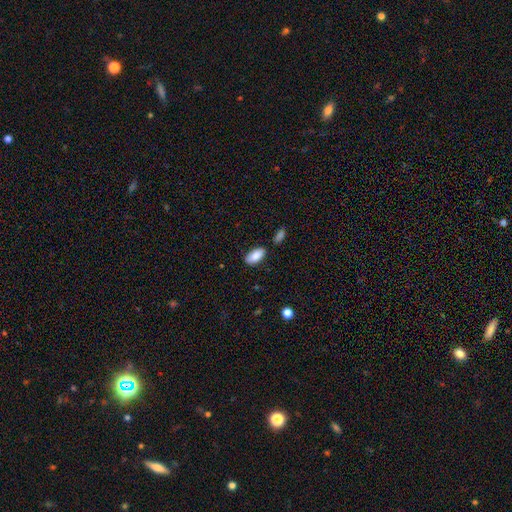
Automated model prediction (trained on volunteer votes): Smooth or featured?
  - smooth: 87% *
  - featured or disk: 7%
  - star or artifact: 7%
How rounded?
  - in between: 92% *
  - cigar-shaped: 5%
  - round: 2%
Merging?
  - none: 76% *
  - minor disturbance: 15%
  - merger: 6%
  - major disturbance: 3%